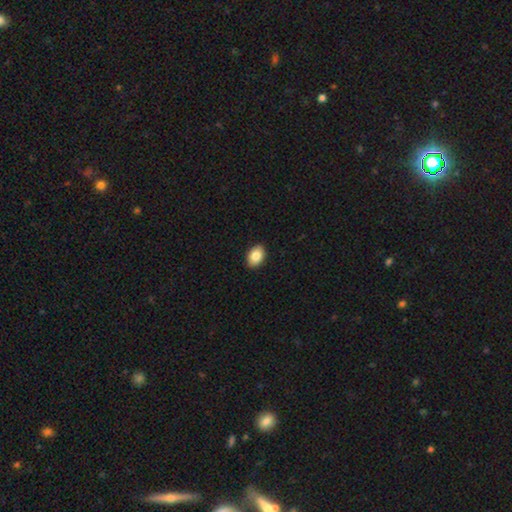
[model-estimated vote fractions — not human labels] smooth-or-featured: smooth: 86% | star or artifact: 7% | featured or disk: 6%
  how-rounded: in between: 82% | round: 17% | cigar-shaped: 1%
  merging: none: 91% | minor disturbance: 7% | major disturbance: 2% | merger: 1%